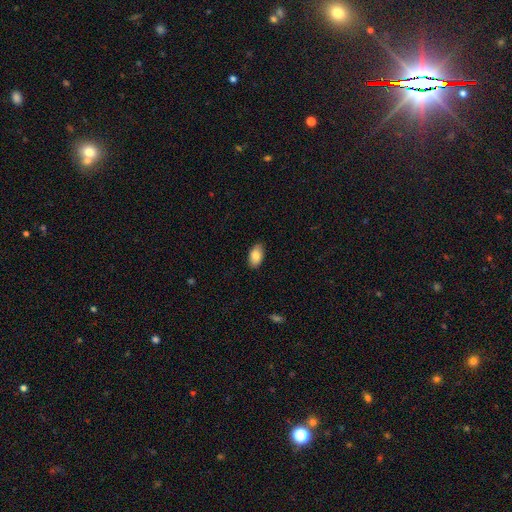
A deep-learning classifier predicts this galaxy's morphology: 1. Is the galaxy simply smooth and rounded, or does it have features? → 86% smooth, 8% featured or disk, 7% star or artifact.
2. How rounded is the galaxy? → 94% in between, 5% round, 2% cigar-shaped.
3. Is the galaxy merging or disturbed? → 87% none, 10% minor disturbance, 2% major disturbance, 1% merger.